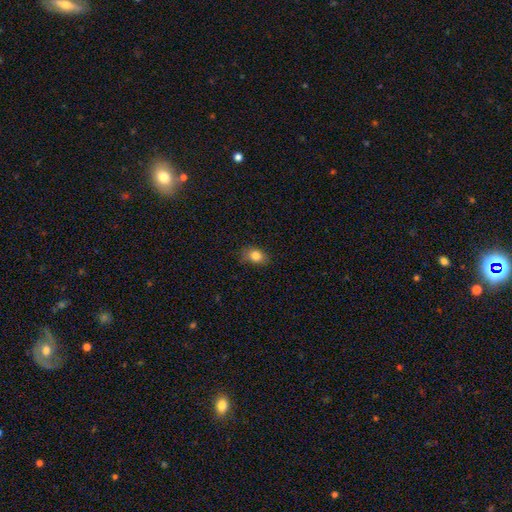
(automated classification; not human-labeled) smooth-or-featured: smooth: 82% | star or artifact: 10% | featured or disk: 8%
  how-rounded: in between: 72% | round: 26% | cigar-shaped: 2%
  merging: none: 79% | minor disturbance: 16% | major disturbance: 3% | merger: 1%